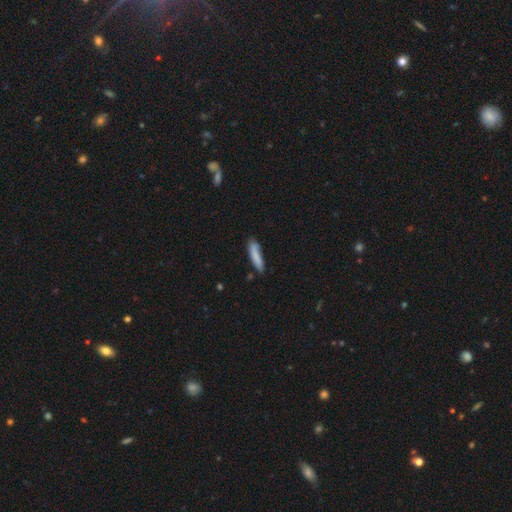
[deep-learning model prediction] A smooth galaxy with no disk features (82%) that is cigar-shaped (77%).

Vote fractions:
- Smooth or featured? smooth: 82% / featured or disk: 11% / star or artifact: 7%
- How rounded? cigar-shaped: 77% / in between: 21% / round: 1%
- Merging? none: 68% / minor disturbance: 23% / major disturbance: 5% / merger: 4%